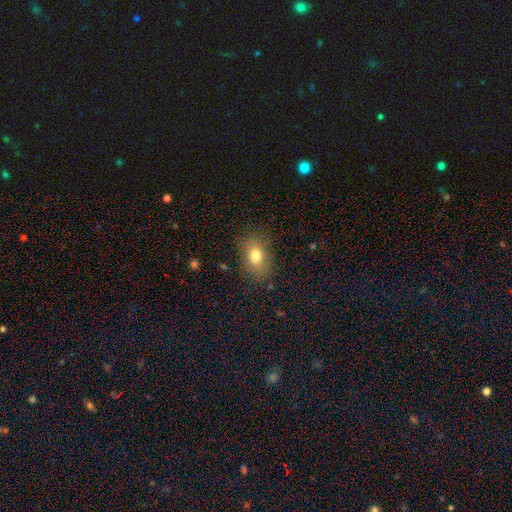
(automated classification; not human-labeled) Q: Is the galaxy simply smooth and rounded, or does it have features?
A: smooth — 77%.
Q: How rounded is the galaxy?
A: in between — 76%.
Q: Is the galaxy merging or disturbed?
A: none — 81%.